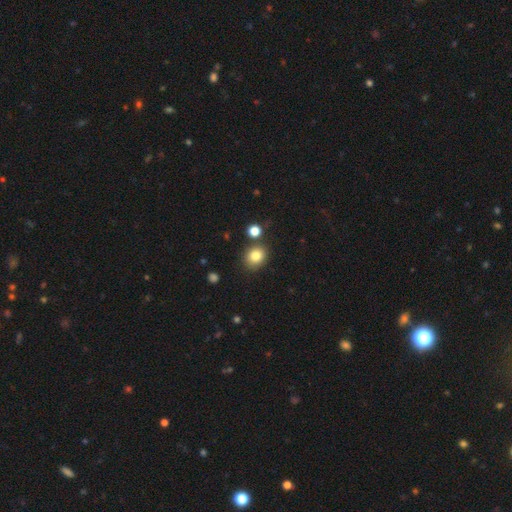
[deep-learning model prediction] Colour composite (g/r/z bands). It shows a smooth galaxy with no disk features (83%) that is round (63%). Merging: none (80%).